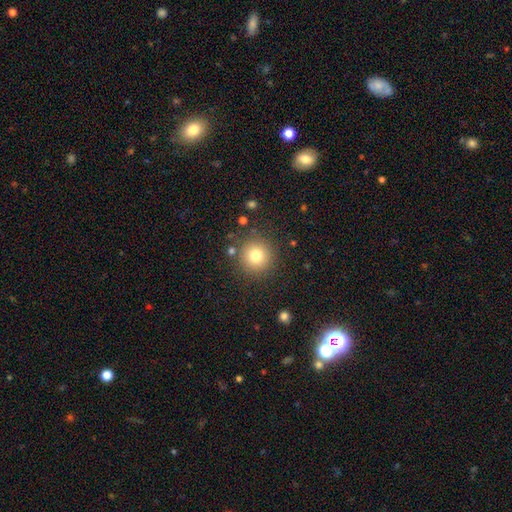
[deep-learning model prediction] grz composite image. It shows a smooth galaxy with no disk features (78%) that is round (95%). Merging: none (86%).